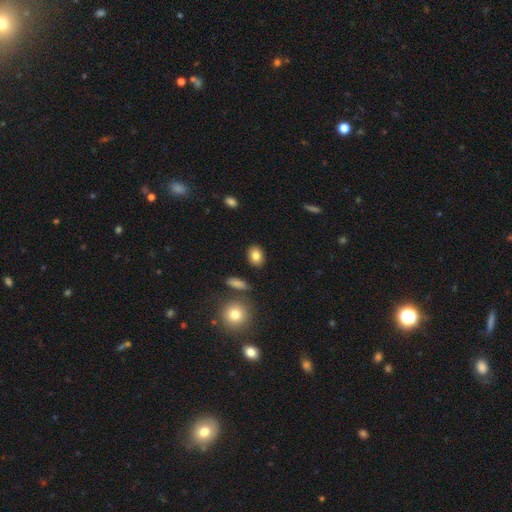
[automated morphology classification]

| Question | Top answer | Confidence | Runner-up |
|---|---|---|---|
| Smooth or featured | smooth | 83% | featured or disk (9%) |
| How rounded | in between | 61% | round (38%) |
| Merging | none | 88% | minor disturbance (8%) |